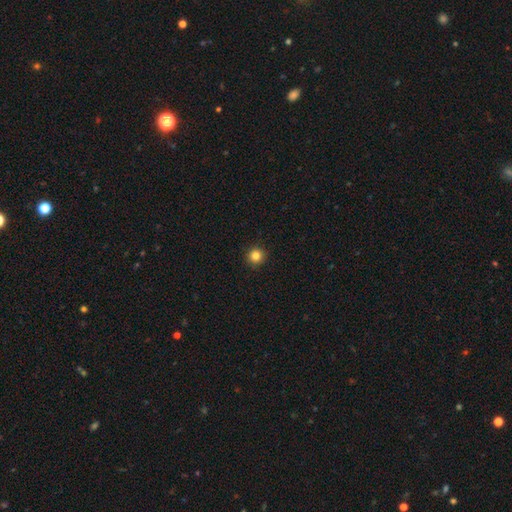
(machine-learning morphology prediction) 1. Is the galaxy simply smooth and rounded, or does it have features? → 83% smooth, 12% star or artifact, 5% featured or disk.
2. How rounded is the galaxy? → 95% round, 4% in between, 1% cigar-shaped.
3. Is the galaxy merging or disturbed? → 93% none, 5% minor disturbance, 1% major disturbance, 1% merger.